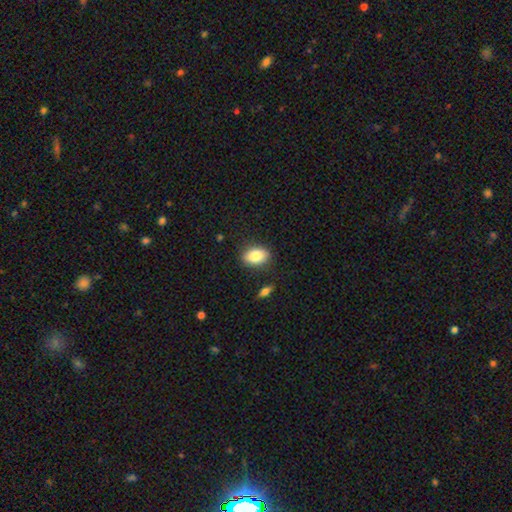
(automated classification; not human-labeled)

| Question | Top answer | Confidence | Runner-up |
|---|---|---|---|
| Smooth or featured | smooth | 84% | featured or disk (9%) |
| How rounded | in between | 85% | round (13%) |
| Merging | none | 85% | minor disturbance (10%) |